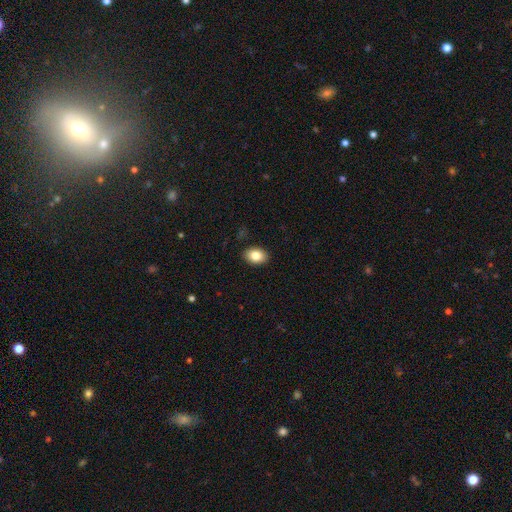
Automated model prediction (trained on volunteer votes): smooth_or_featured: smooth (p=0.83) [alt: featured or disk p=0.09]
how_rounded: in between (p=0.82) [alt: round p=0.16]
merging: none (p=0.90) [alt: minor disturbance p=0.08]